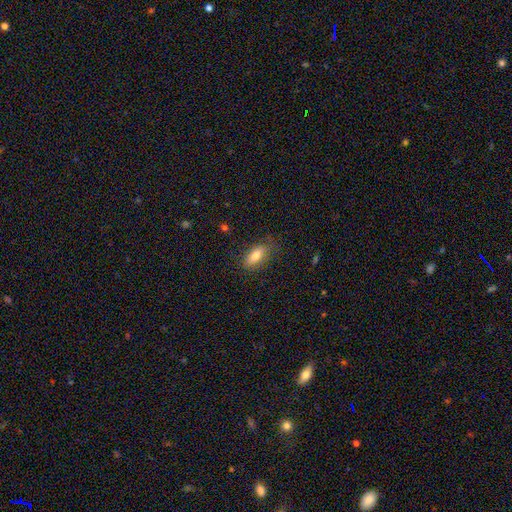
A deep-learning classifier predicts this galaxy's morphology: smooth_or_featured: smooth (p=0.77) [alt: featured or disk p=0.15]
how_rounded: in between (p=0.79) [alt: cigar-shaped p=0.17]
merging: none (p=0.77) [alt: minor disturbance p=0.17]